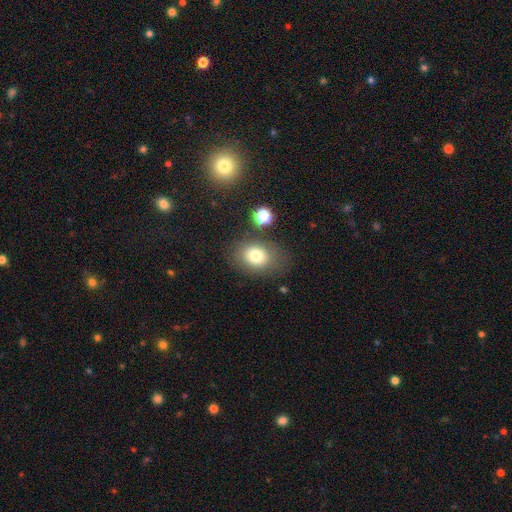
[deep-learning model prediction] This appears to be a smooth galaxy with no disk features (75%) that is in between round and cigar-shaped (60%). Merging: none (73%).